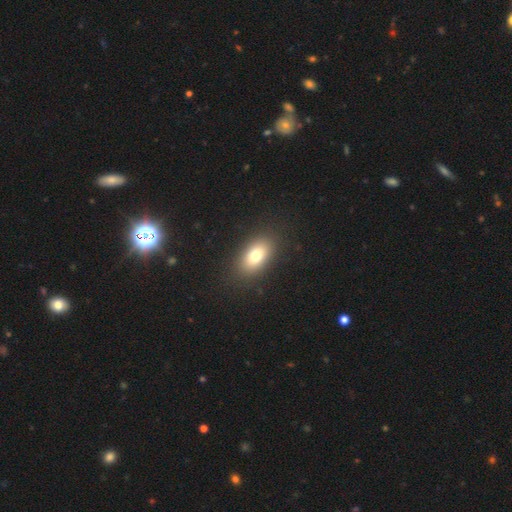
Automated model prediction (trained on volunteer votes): Q: Smooth or featured?
A: smooth (77%); runner-up: featured or disk (13%)
Q: How rounded?
A: in between (88%); runner-up: round (8%)
Q: Merging?
A: none (88%); runner-up: minor disturbance (8%)